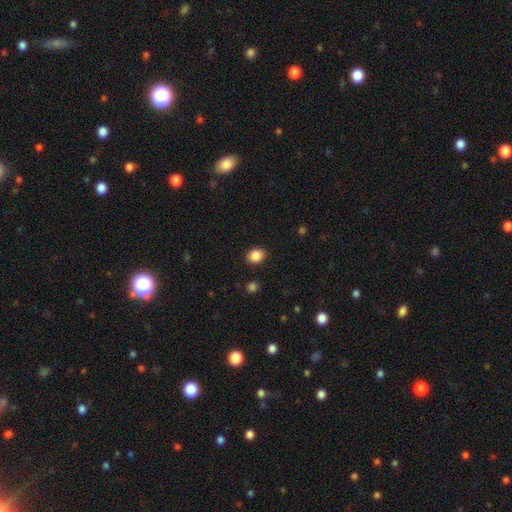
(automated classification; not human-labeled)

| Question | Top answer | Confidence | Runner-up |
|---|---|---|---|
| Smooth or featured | smooth | 87% | star or artifact (9%) |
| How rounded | round | 54% | in between (45%) |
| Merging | none | 89% | minor disturbance (7%) |